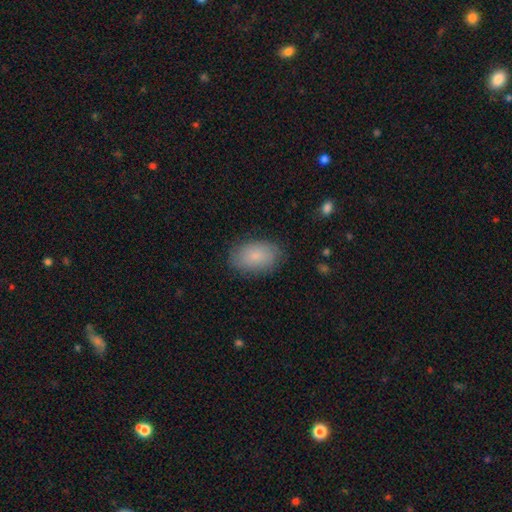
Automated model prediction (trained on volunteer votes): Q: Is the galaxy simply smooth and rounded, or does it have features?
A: smooth — 82%.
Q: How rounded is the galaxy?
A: in between — 90%.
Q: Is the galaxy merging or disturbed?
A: none — 83%.